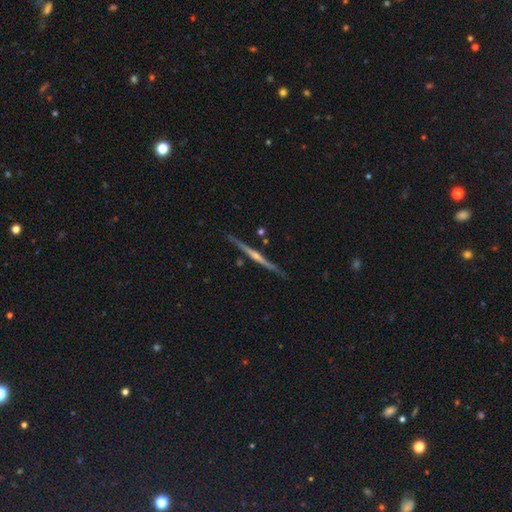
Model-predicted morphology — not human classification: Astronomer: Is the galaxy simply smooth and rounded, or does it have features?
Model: featured or disk — 83%.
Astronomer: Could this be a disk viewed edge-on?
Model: yes — 98%.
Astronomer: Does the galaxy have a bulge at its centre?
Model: rounded — 70%.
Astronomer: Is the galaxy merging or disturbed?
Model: none — 90%.